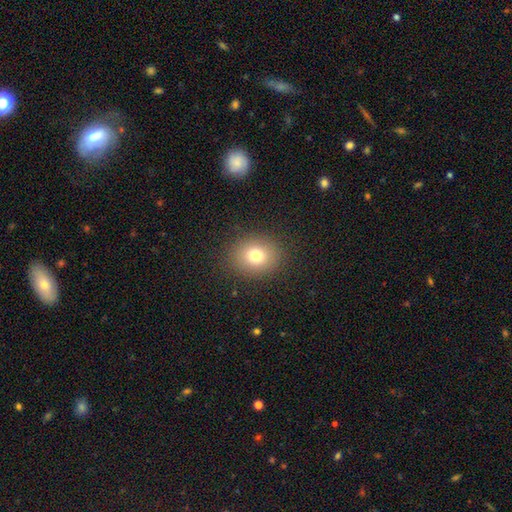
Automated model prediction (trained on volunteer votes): This is likely a smooth galaxy (77%). How rounded: likely round (66%). Merging: clearly none (88%).